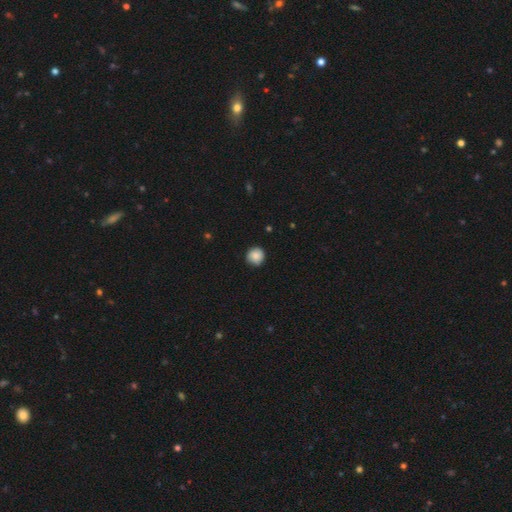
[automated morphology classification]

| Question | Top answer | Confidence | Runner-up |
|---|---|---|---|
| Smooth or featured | smooth | 82% | featured or disk (10%) |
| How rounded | round | 91% | in between (8%) |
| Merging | none | 82% | minor disturbance (14%) |